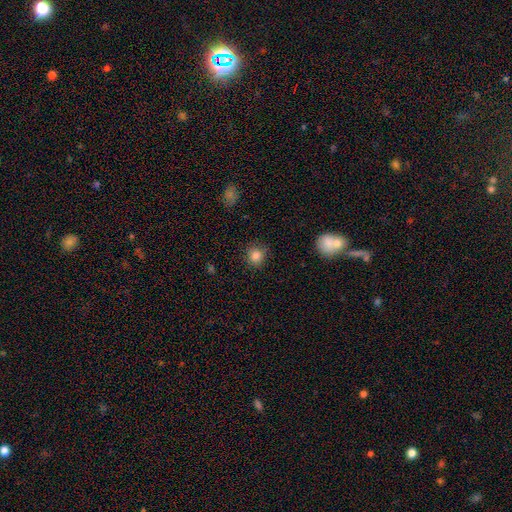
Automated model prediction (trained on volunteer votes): Smooth or featured? smooth (83%)
How rounded? round (89%)
Merging? none (88%)